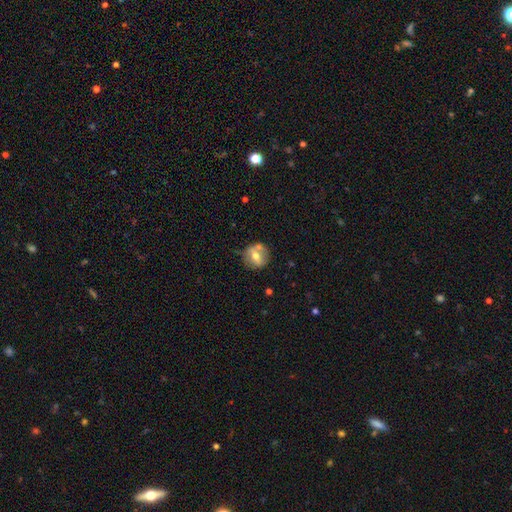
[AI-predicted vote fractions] This is possibly a smooth galaxy (54%). How rounded: clearly round (83%). Merging: likely none (63%).